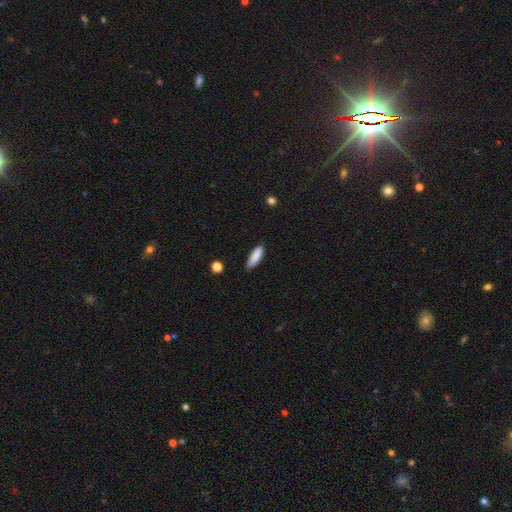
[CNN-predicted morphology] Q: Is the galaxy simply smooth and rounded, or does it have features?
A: smooth — 88%.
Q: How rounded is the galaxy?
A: in between — 53%.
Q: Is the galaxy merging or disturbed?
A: none — 82%.